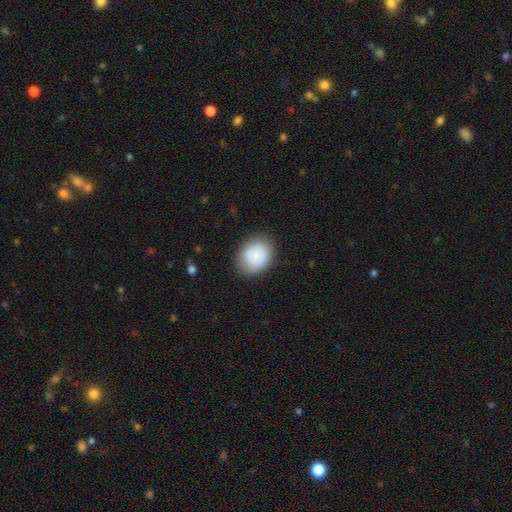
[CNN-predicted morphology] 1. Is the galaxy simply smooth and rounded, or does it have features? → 88% smooth, 7% star or artifact, 6% featured or disk.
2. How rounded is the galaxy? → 54% round, 45% in between, 1% cigar-shaped.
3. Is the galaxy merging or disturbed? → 84% none, 12% minor disturbance, 4% major disturbance, 1% merger.